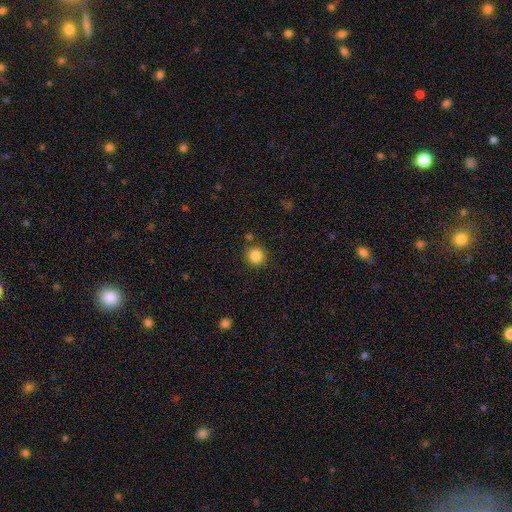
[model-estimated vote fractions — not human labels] This appears to be a smooth galaxy with no disk features (85%) that is round (93%). Merging: none (84%).